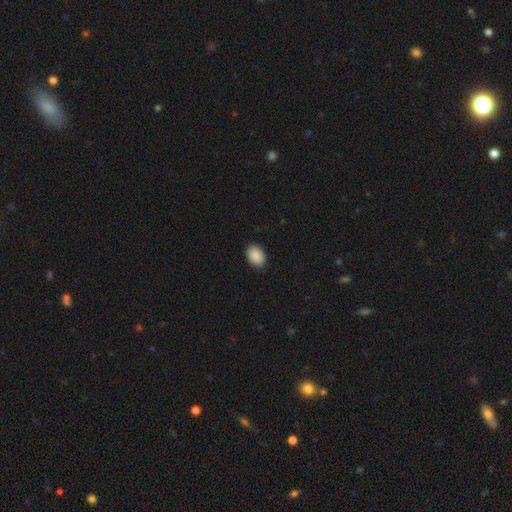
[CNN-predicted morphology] The model was most divided on "how rounded": in between: 82%, round: 17%, cigar-shaped: 1%. More confident: smooth or featured — smooth (90%); merging — none (88%).